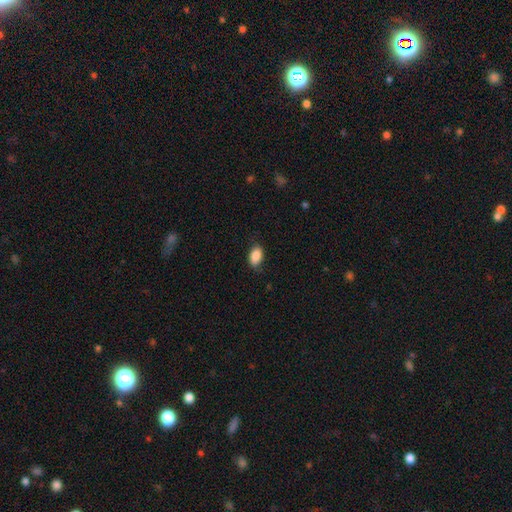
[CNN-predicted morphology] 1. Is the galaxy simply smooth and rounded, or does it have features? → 87% smooth, 7% star or artifact, 6% featured or disk.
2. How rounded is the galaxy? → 90% in between, 8% round, 2% cigar-shaped.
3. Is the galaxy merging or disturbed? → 74% none, 20% minor disturbance, 4% major disturbance, 1% merger.